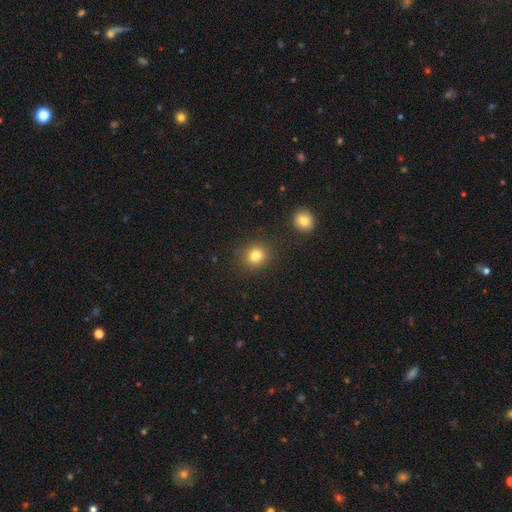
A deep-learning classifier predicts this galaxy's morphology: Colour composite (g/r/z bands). It shows a smooth galaxy with no disk features (82%) that is round (83%). Merging: none (87%).